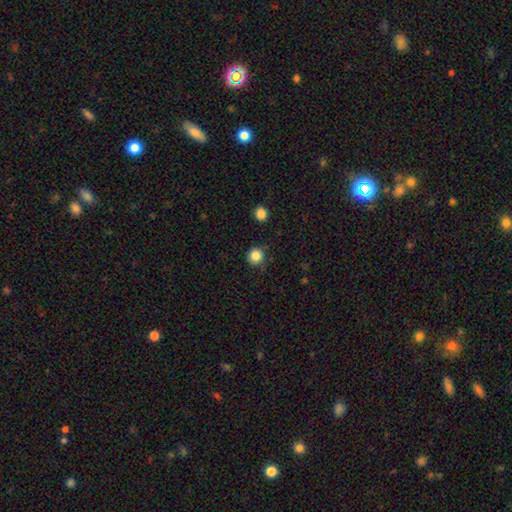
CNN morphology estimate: Smooth or featured?
  - smooth: 85% *
  - star or artifact: 11%
  - featured or disk: 4%
How rounded?
  - round: 94% *
  - in between: 5%
  - cigar-shaped: 1%
Merging?
  - none: 86% *
  - minor disturbance: 10%
  - major disturbance: 3%
  - merger: 2%